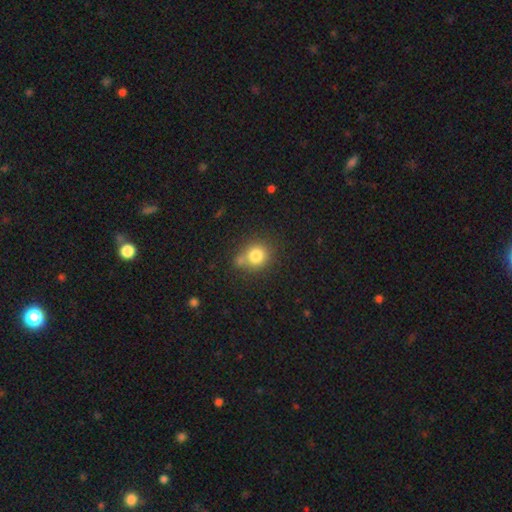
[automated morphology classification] smooth 80%, star or artifact 12%, featured or disk 9%. Down the decision tree: how rounded — round (81%); merging — none (63%).